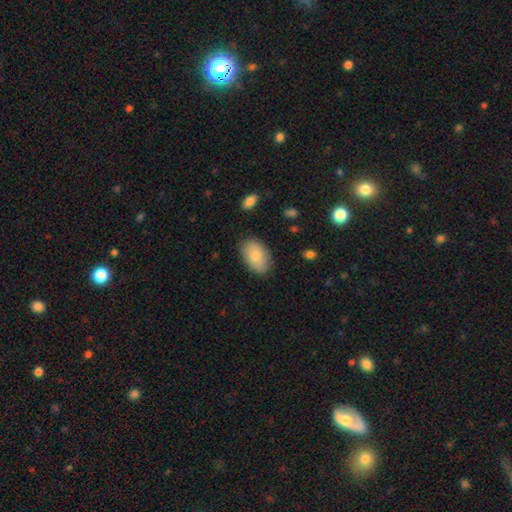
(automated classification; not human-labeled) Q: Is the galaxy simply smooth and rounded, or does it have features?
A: smooth — 80%.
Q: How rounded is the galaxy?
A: in between — 91%.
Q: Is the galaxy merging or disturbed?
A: none — 83%.